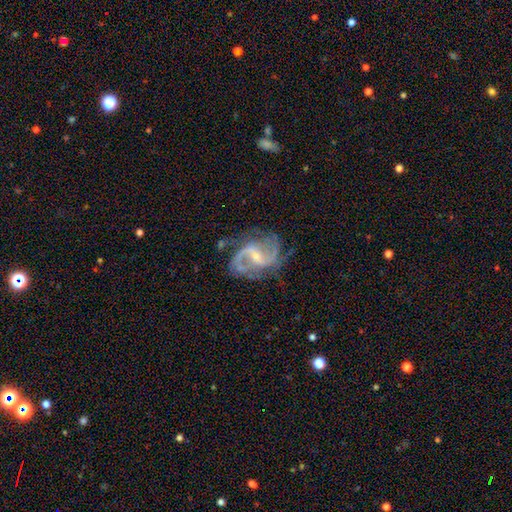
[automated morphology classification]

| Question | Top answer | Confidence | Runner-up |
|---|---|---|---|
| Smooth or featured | featured or disk | 90% | star or artifact (6%) |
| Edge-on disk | no | 98% | yes (2%) |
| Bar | weak | 50% | strong (29%) |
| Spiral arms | yes | 97% | no (3%) |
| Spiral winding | medium | 47% | loose (41%) |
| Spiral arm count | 2 | 83% | 3 (6%) |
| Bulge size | small | 65% | moderate (29%) |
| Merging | none | 68% | minor disturbance (19%) |